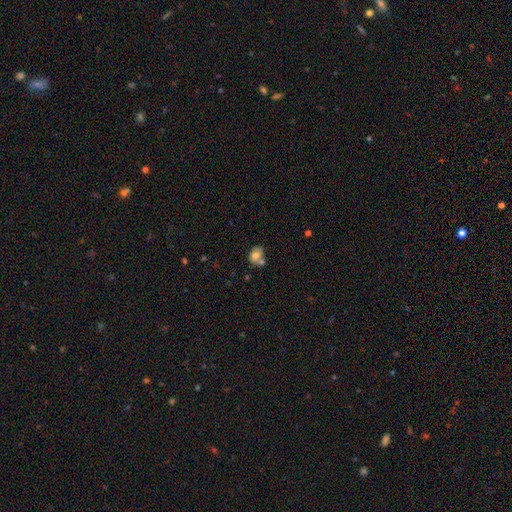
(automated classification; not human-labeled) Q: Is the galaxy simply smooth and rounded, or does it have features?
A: smooth — 71%.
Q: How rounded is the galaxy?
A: in between — 61%.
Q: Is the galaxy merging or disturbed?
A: none — 39%.